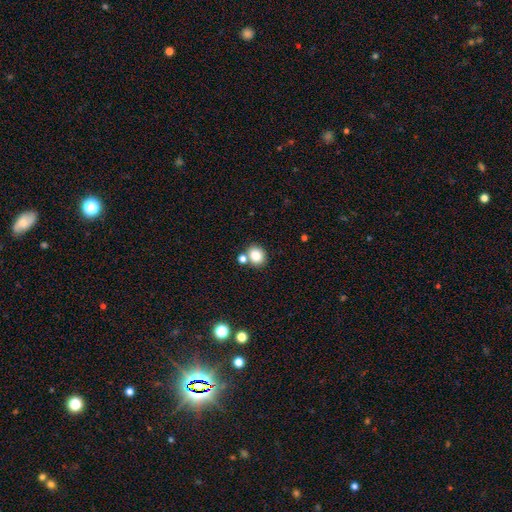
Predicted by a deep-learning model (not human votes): This appears to be a smooth galaxy with no disk features (83%) that is round (71%). Merging: none (68%).